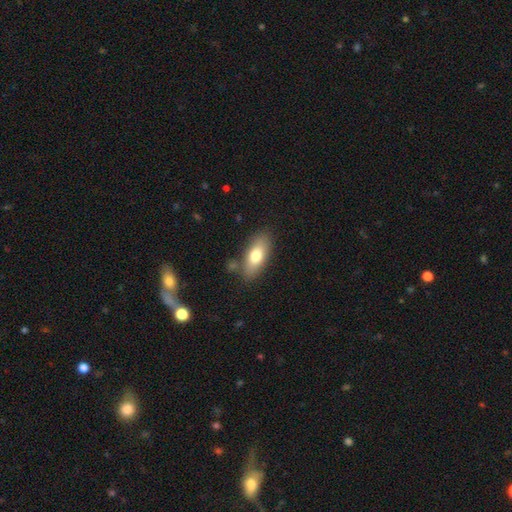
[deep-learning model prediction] Morphology: type=smooth (73%); roundness=in between (79%); merging=none (79%).